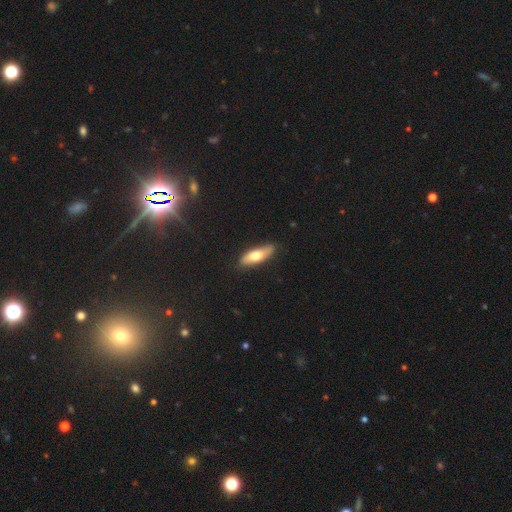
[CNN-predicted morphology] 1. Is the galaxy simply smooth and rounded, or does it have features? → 66% smooth, 28% featured or disk, 6% star or artifact.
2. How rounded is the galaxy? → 56% in between, 42% cigar-shaped, 2% round.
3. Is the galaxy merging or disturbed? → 83% none, 14% minor disturbance, 2% major disturbance, 1% merger.